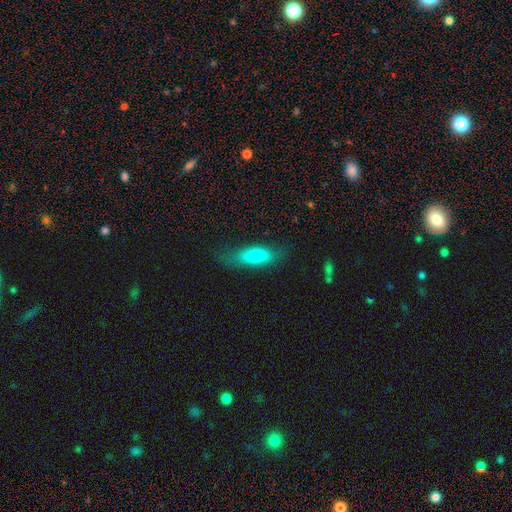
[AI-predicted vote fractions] Smooth or featured: smooth — 72% (featured or disk — 21%)
How rounded: in between — 60% (cigar-shaped — 37%)
Merging: none — 67% (minor disturbance — 22%)